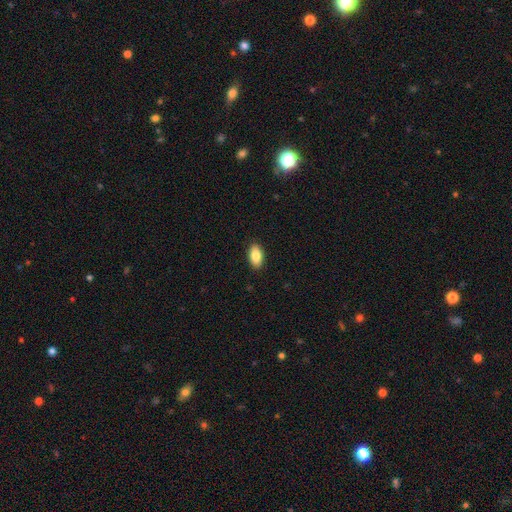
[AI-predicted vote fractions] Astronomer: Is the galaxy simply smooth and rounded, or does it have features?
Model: smooth — 85%.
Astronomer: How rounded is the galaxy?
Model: in between — 93%.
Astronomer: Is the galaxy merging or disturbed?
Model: none — 90%.